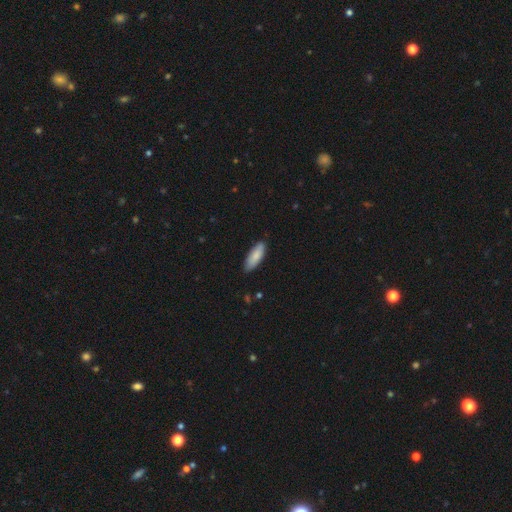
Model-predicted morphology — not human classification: smooth 84%, featured or disk 10%, star or artifact 5%. Down the decision tree: how rounded — in between (63%); merging — none (83%).